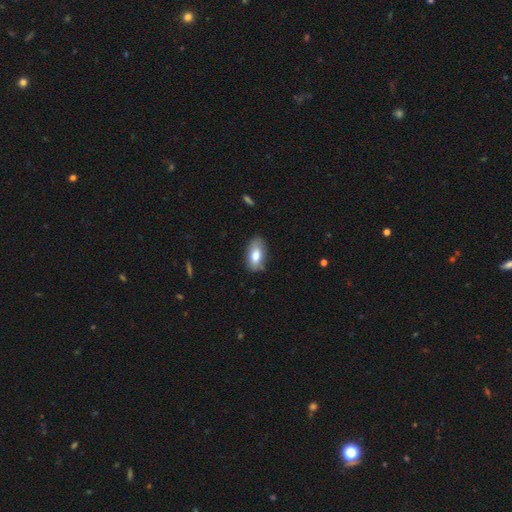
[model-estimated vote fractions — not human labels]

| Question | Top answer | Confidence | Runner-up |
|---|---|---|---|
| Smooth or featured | smooth | 76% | featured or disk (17%) |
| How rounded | in between | 92% | cigar-shaped (4%) |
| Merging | none | 74% | minor disturbance (20%) |